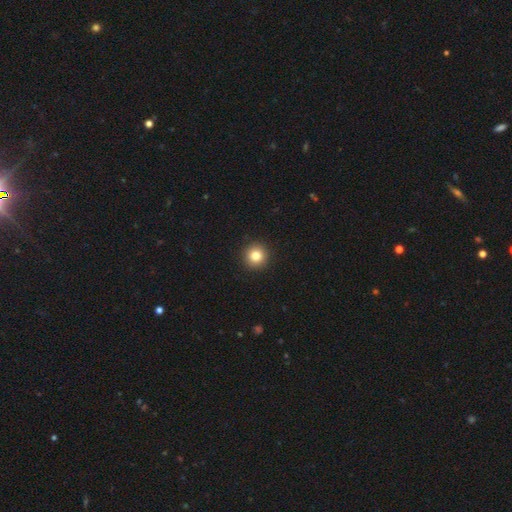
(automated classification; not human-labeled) Q: Smooth or featured?
A: smooth (82%); runner-up: star or artifact (11%)
Q: How rounded?
A: round (95%); runner-up: in between (4%)
Q: Merging?
A: none (93%); runner-up: minor disturbance (4%)